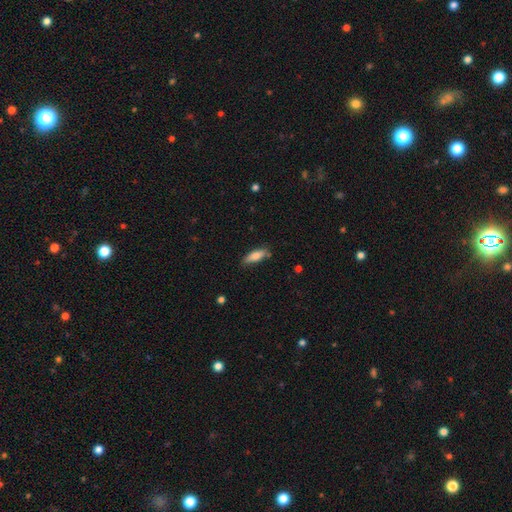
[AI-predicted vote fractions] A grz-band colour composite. It shows a smooth galaxy with no disk features (76%) that is in between round and cigar-shaped (58%). Merging: none (75%).